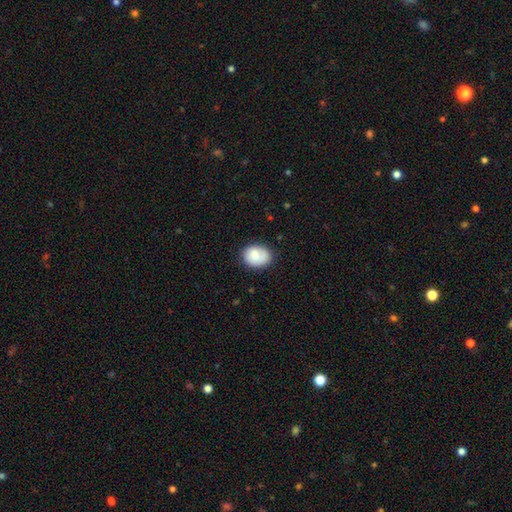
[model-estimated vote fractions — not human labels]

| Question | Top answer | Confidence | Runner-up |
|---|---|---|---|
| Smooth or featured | smooth | 76% | featured or disk (17%) |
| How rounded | in between | 54% | round (46%) |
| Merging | none | 72% | minor disturbance (20%) |